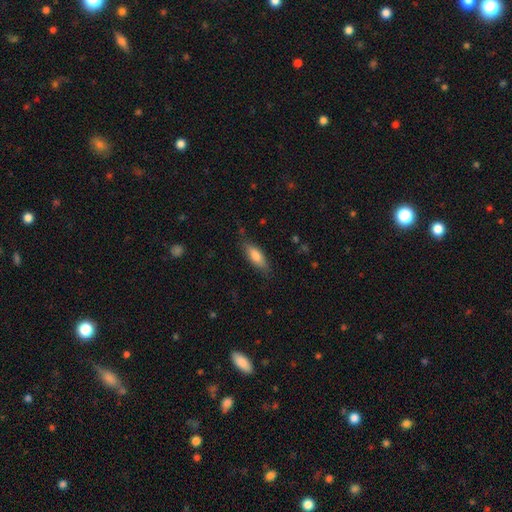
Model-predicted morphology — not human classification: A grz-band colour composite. It shows a smooth galaxy with no disk features (76%) that is in between round and cigar-shaped (60%). Merging: none (79%).